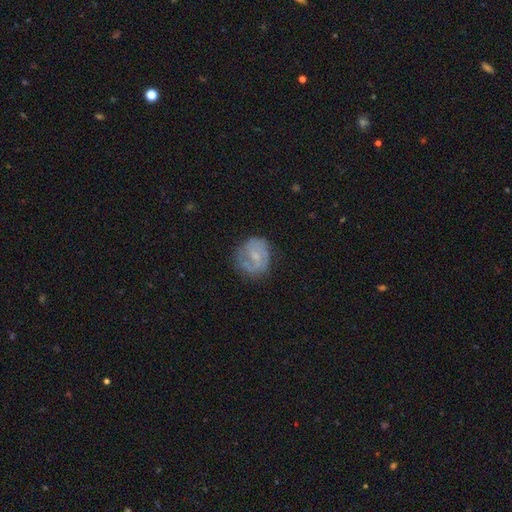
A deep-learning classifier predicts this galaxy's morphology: Smooth or featured? featured or disk (59%)
Edge-on disk? no (98%)
Bar? no (47%)
Spiral arms? yes (78%)
Bulge size? small (59%)
Merging? none (64%)